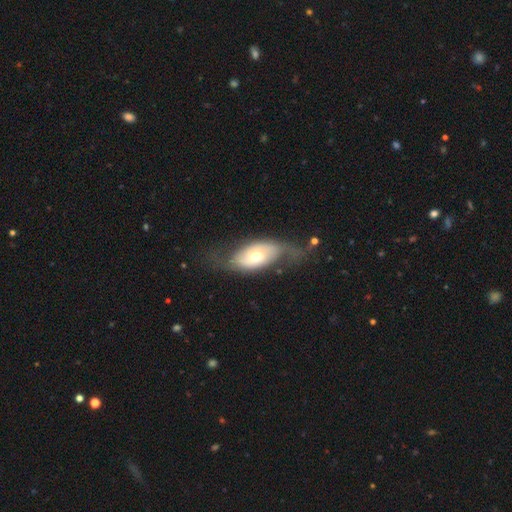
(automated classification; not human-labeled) Smooth or featured? Predicted: featured or disk (p=0.54). Edge-on disk? Predicted: no (p=0.88). Merging? Predicted: none (p=0.46).